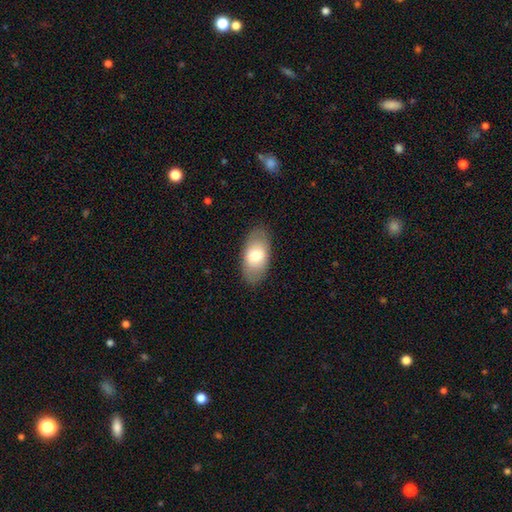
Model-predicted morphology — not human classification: Smooth or featured? Predicted: smooth (p=0.71). How rounded? Predicted: in between (p=0.93). Merging? Predicted: none (p=0.85).